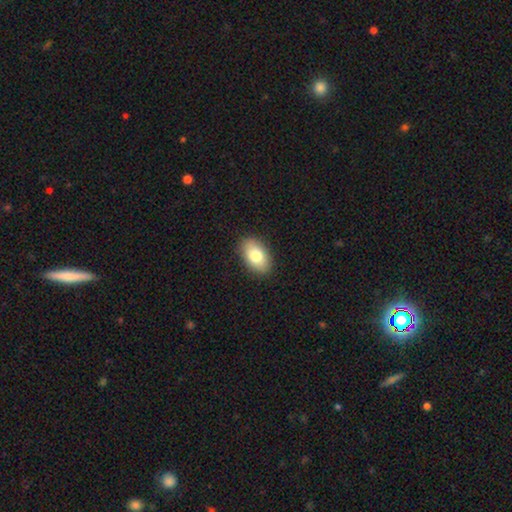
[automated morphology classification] smooth-or-featured: smooth: 80% | featured or disk: 14% | star or artifact: 7%
  how-rounded: in between: 92% | round: 6% | cigar-shaped: 2%
  merging: none: 89% | minor disturbance: 8% | major disturbance: 2% | merger: 1%